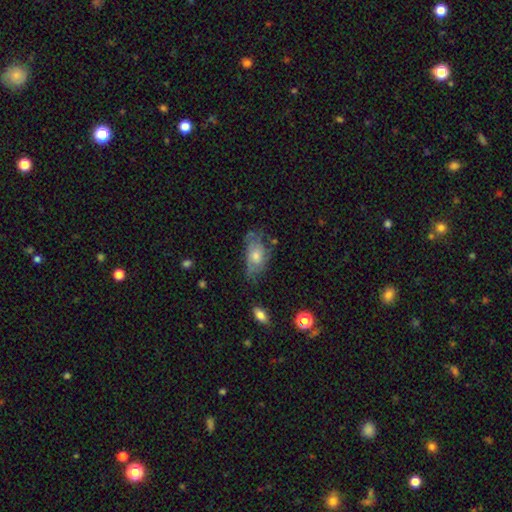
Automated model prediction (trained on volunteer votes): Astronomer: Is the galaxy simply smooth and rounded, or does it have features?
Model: featured or disk — 48% (runner-up: smooth, 42%).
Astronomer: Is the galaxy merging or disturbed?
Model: none — 54% (runner-up: minor disturbance, 29%).